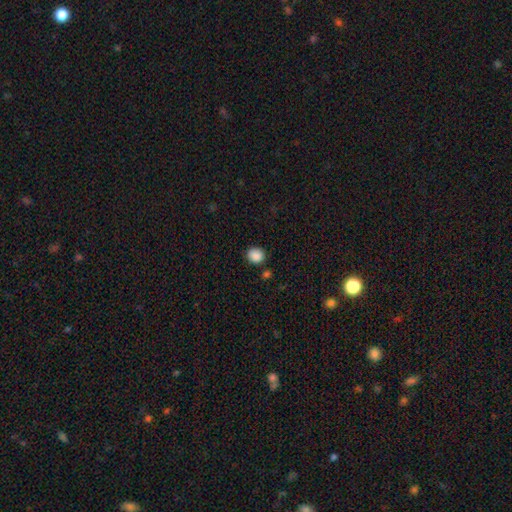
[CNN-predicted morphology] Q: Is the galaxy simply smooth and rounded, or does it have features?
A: smooth — 88%.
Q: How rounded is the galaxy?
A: round — 66%.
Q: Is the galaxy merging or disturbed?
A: none — 83%.